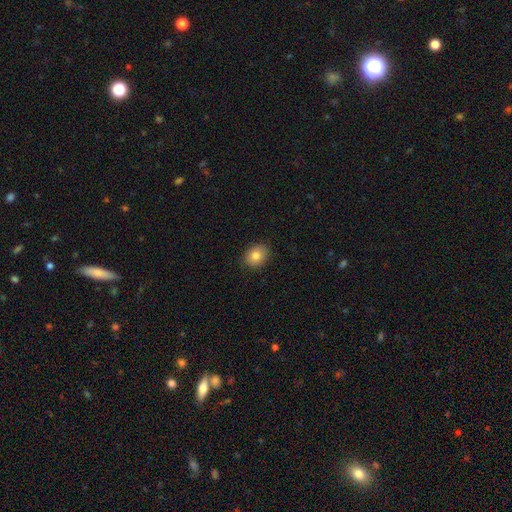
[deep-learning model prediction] The model was most divided on "how rounded": in between: 50%, round: 49%, cigar-shaped: 1%. More confident: merging — none (87%); smooth or featured — smooth (83%).